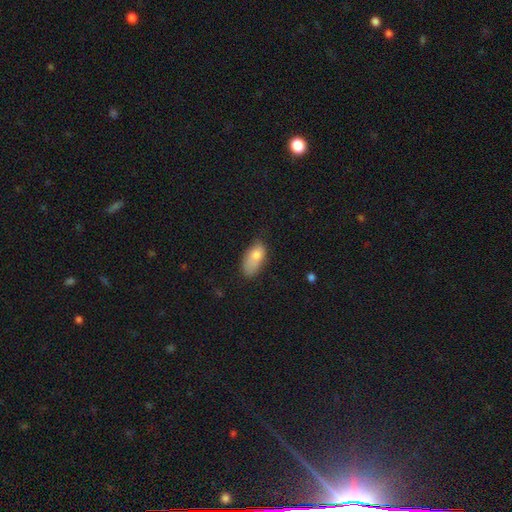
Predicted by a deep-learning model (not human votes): smooth 77%, featured or disk 15%, star or artifact 8%. Down the decision tree: how rounded — in between (90%); merging — none (43%).